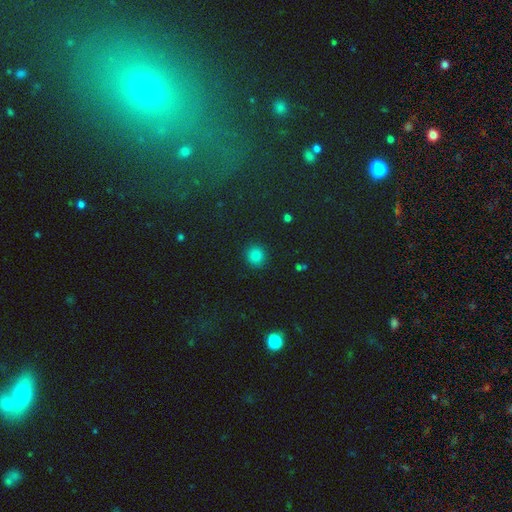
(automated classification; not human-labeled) Morphology: type=smooth (83%); roundness=round (89%); merging=none (90%).